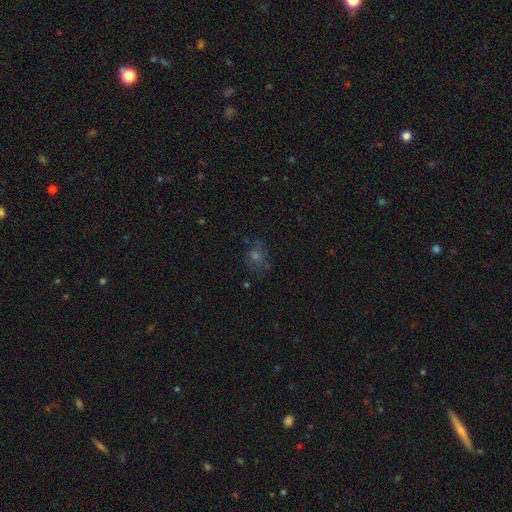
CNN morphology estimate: smooth 36%, star or artifact 33%, featured or disk 31%. Down the decision tree: merging — none (70%).